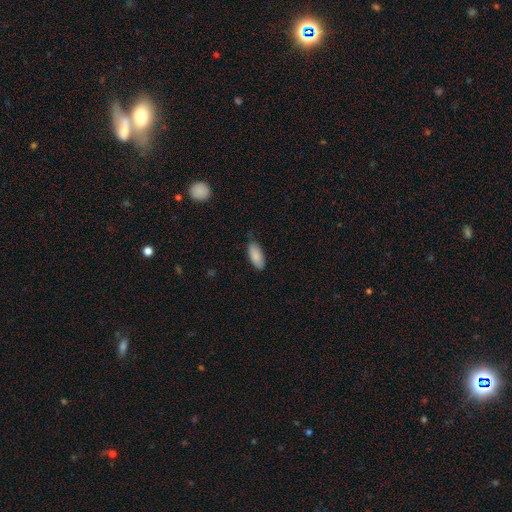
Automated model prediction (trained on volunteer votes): smooth 87%, featured or disk 7%, star or artifact 6%. Down the decision tree: how rounded — in between (85%); merging — none (75%).